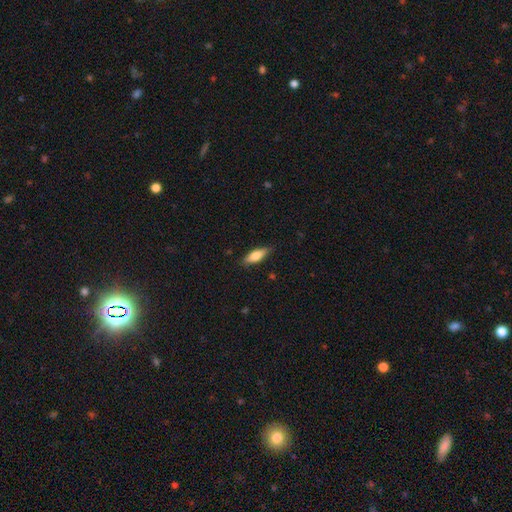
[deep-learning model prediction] smooth 69%, featured or disk 24%, star or artifact 6%. Down the decision tree: how rounded — in between (58%); merging — none (84%).